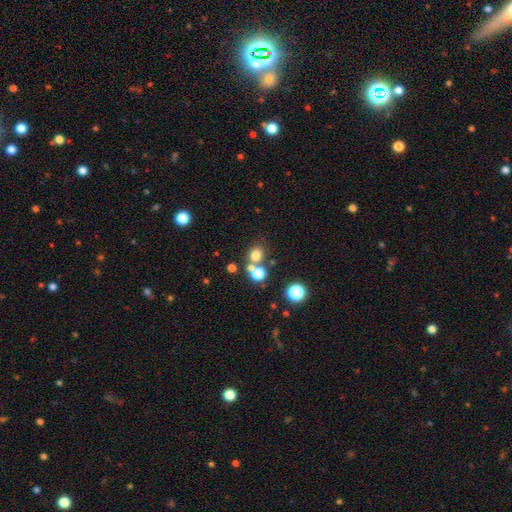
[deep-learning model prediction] Smooth or featured?
  - smooth: 73% *
  - star or artifact: 18%
  - featured or disk: 9%
How rounded?
  - round: 79% *
  - in between: 20%
  - cigar-shaped: 1%
Merging?
  - none: 61% *
  - merger: 28%
  - minor disturbance: 8%
  - major disturbance: 4%